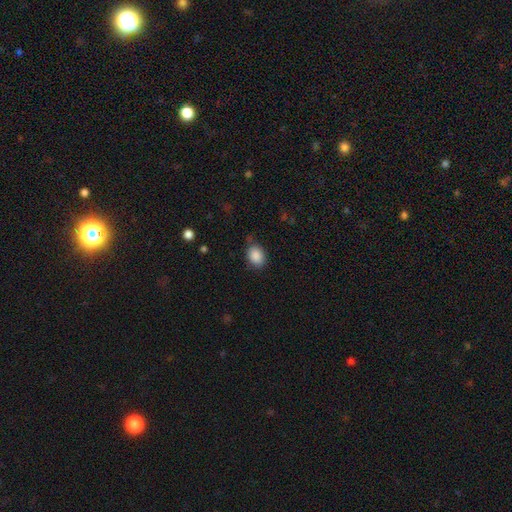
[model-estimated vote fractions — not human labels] The model was most divided on "how rounded": in between: 68%, round: 31%, cigar-shaped: 1%. More confident: smooth or featured — smooth (88%); merging — none (75%).